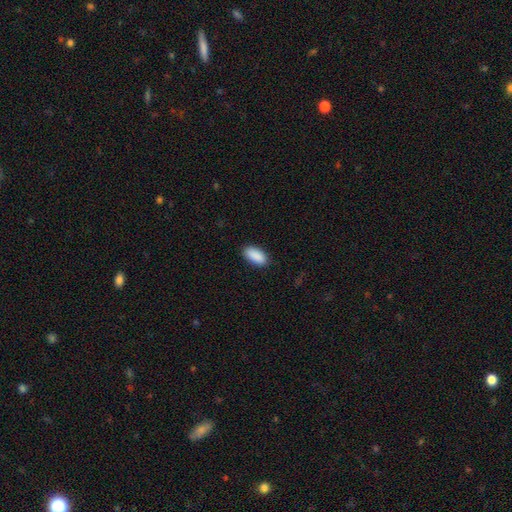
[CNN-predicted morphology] Q: Smooth or featured?
A: smooth (91%); runner-up: star or artifact (6%)
Q: How rounded?
A: in between (92%); runner-up: cigar-shaped (6%)
Q: Merging?
A: none (88%); runner-up: minor disturbance (9%)